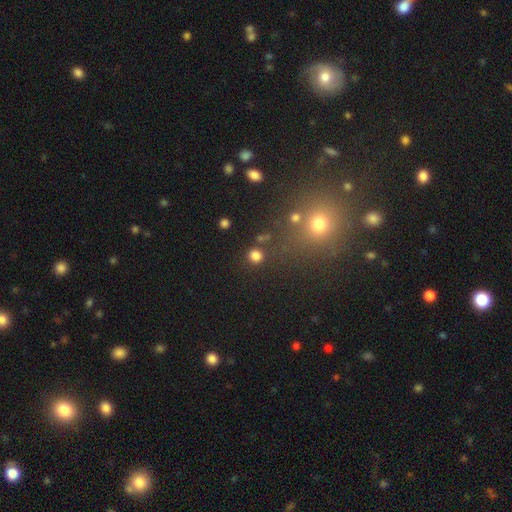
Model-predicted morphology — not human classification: The model was most divided on "smooth or featured": smooth: 79%, star or artifact: 16%, featured or disk: 5%. More confident: how rounded — round (90%); merging — none (84%).